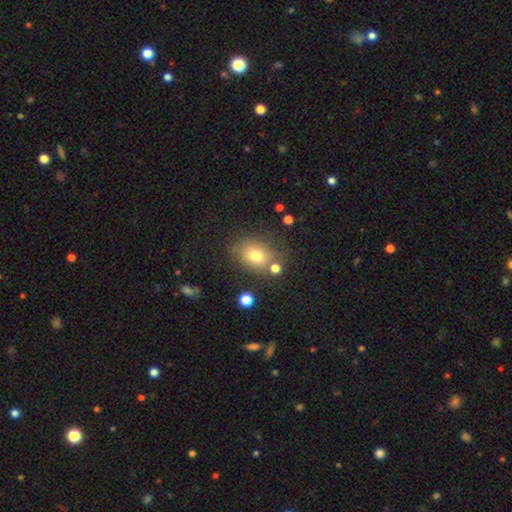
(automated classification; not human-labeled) Smooth or featured: smooth — 74% (star or artifact — 13%)
How rounded: in between — 61% (round — 38%)
Merging: none — 70% (minor disturbance — 15%)